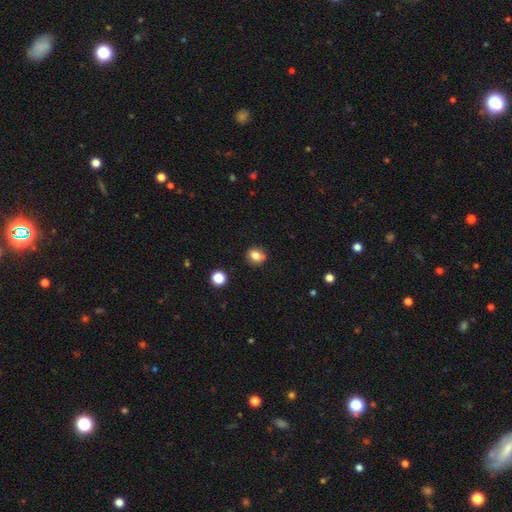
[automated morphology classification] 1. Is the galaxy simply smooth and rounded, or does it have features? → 79% smooth, 12% star or artifact, 9% featured or disk.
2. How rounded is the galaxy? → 69% round, 30% in between, 1% cigar-shaped.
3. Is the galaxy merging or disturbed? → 73% none, 15% minor disturbance, 9% merger, 3% major disturbance.